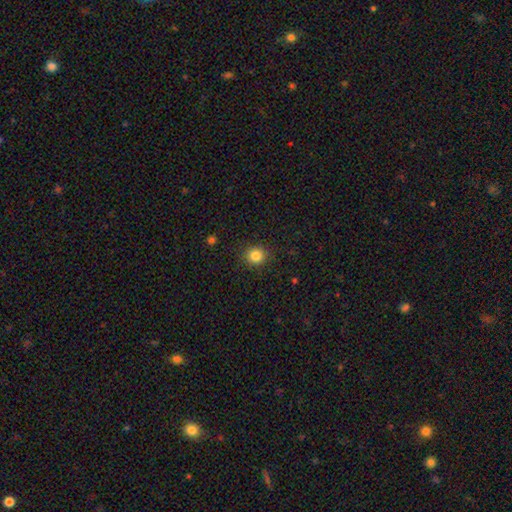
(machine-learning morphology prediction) Q: Smooth or featured?
A: smooth (84%); runner-up: star or artifact (12%)
Q: How rounded?
A: round (87%); runner-up: in between (13%)
Q: Merging?
A: none (89%); runner-up: minor disturbance (8%)